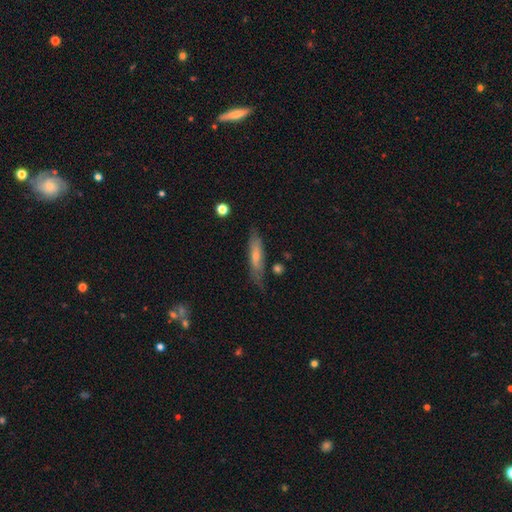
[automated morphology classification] This is possibly a featured or disk galaxy (47%). Merging: likely none (72%).